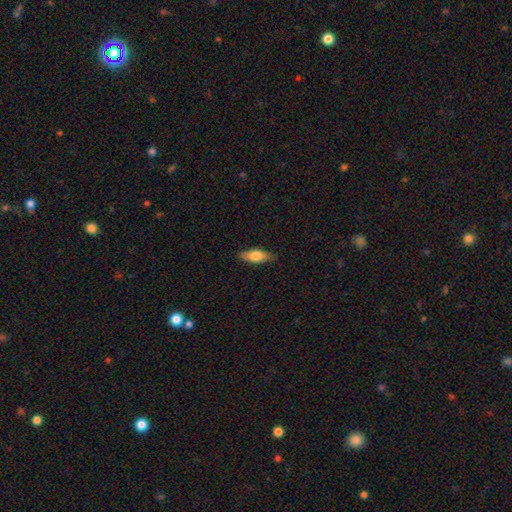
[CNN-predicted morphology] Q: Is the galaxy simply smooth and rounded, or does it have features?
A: smooth — 71%.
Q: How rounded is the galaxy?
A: in between — 69%.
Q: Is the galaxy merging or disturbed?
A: none — 85%.